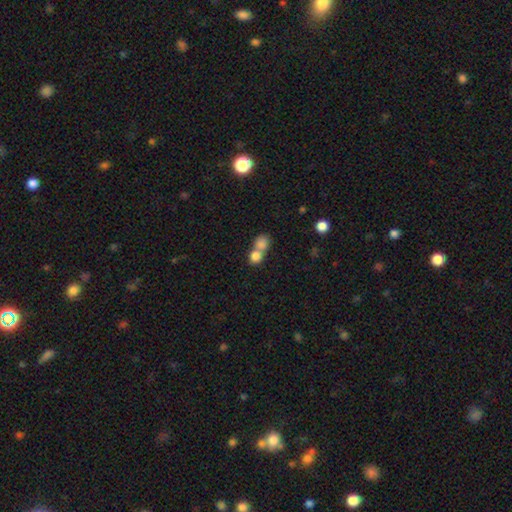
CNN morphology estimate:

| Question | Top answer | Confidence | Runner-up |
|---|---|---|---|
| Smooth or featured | smooth | 81% | star or artifact (10%) |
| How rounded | round | 74% | in between (24%) |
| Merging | merger | 62% | none (30%) |